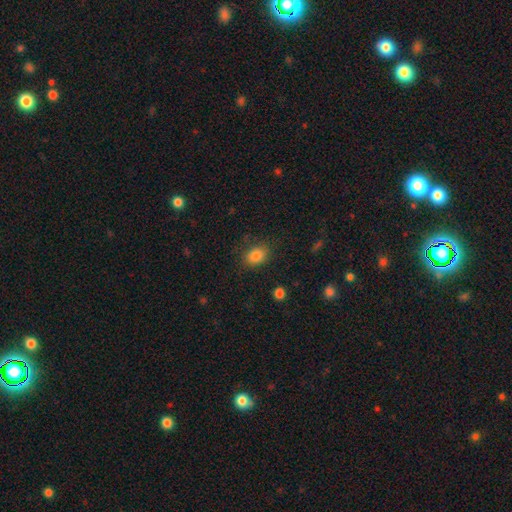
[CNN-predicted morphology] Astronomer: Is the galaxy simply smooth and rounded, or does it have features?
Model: smooth — 84%.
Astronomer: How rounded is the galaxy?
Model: in between — 69%.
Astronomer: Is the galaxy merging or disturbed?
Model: none — 81%.